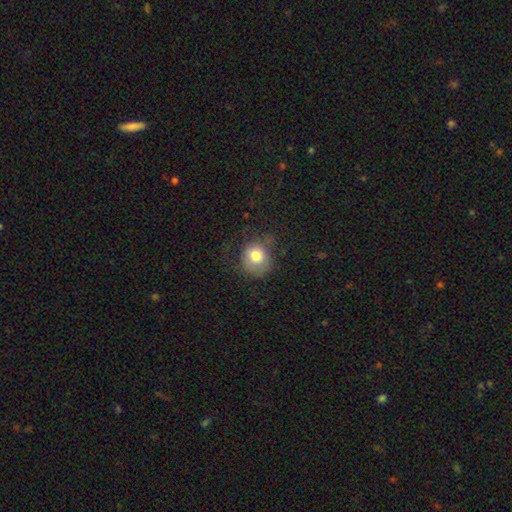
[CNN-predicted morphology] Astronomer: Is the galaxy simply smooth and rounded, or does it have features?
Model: smooth — 77%.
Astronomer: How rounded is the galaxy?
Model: round — 83%.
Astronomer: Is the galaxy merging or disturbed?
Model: none — 55%.